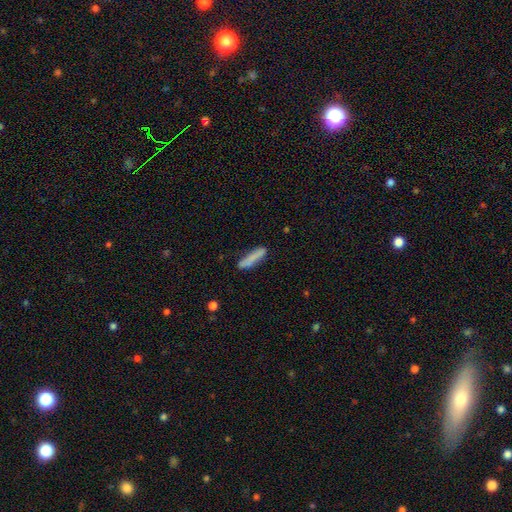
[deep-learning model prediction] Overall: smooth (81%). How rounded: cigar-shaped (81%). Merging: none (75%).